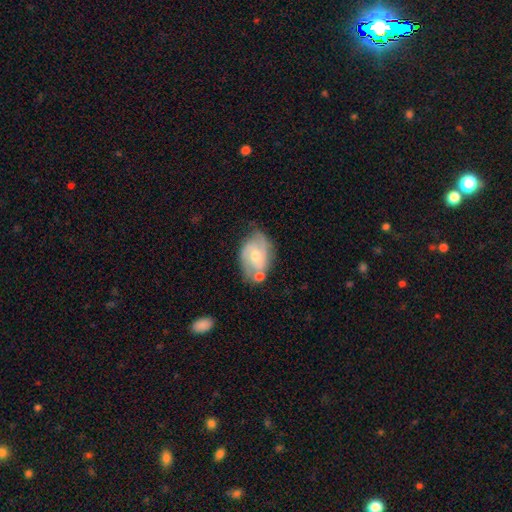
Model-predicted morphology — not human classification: A featured or disk galaxy (69%) with no bar (60%), 2 (67%) medium (48%) spiral arms (87%) and a moderate central bulge (60%). Merging: none (50%).